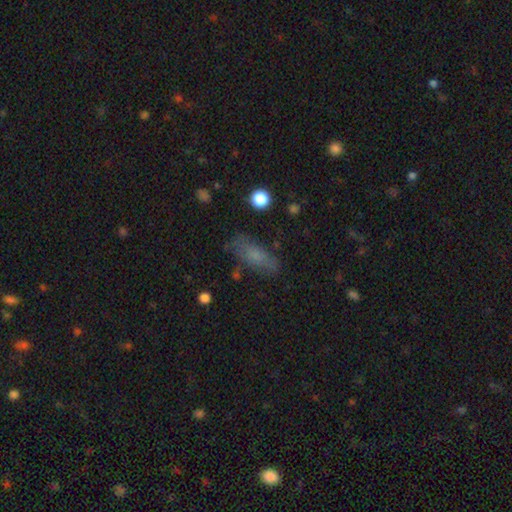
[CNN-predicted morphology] A smooth galaxy with no disk features (69%) that is in between round and cigar-shaped (67%).

Vote fractions:
- Smooth or featured? smooth: 69% / featured or disk: 21% / star or artifact: 10%
- How rounded? in between: 67% / cigar-shaped: 29% / round: 3%
- Merging? none: 71% / minor disturbance: 19% / major disturbance: 7% / merger: 3%